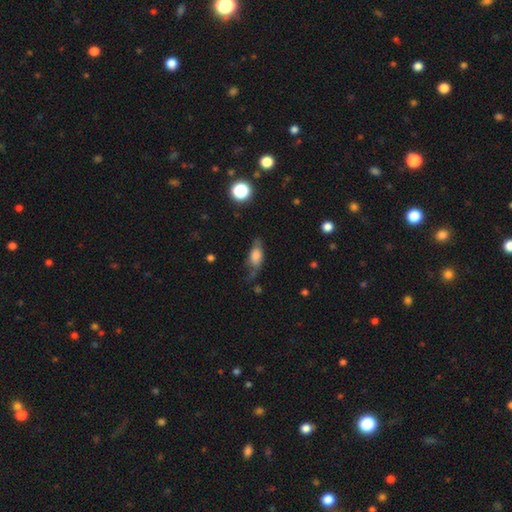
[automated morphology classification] This is likely a smooth galaxy (69%). How rounded: likely in between (78%). Merging: possibly none (56%).